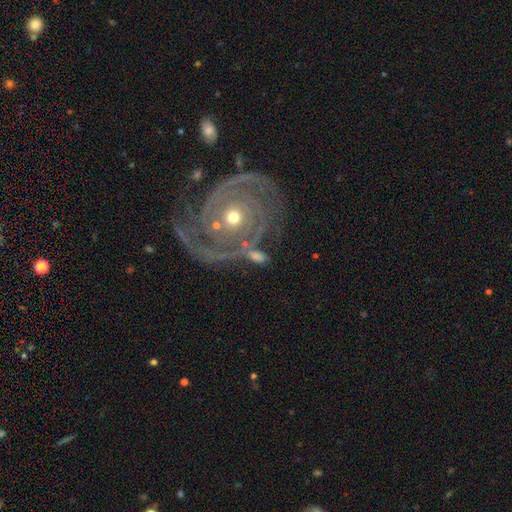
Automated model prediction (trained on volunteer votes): Morphology: type=featured or disk (84%); edge-on=no (96%); bar=no (76%); spiral arms=yes (95%); winding=tight (71%); arm count=2 (65%); bulge=moderate (55%); merging=none (63%).